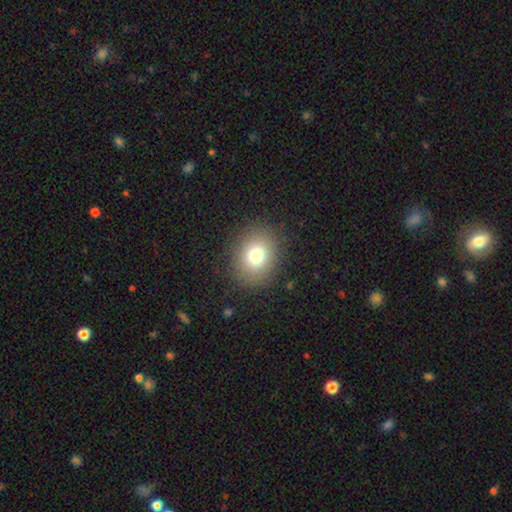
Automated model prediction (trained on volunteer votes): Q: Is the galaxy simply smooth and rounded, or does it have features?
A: smooth — 76%.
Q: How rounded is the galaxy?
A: round — 62%.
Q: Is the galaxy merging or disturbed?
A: none — 87%.